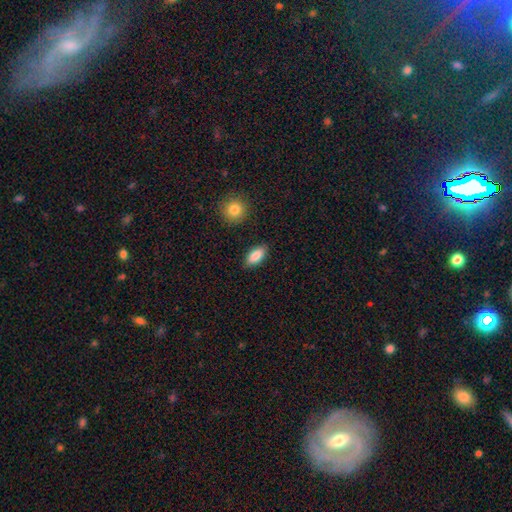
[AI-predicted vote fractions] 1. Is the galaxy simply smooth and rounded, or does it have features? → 86% smooth, 8% featured or disk, 7% star or artifact.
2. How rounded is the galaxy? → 89% in between, 9% cigar-shaped, 3% round.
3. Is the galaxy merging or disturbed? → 87% none, 9% minor disturbance, 2% major disturbance, 2% merger.